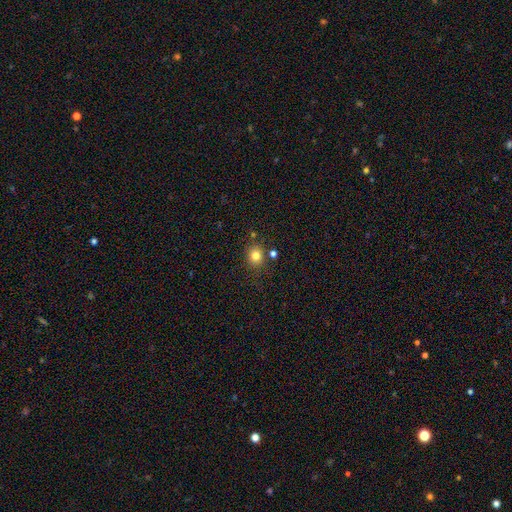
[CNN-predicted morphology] Overall: smooth (81%). How rounded: round (73%). Merging: none (80%).